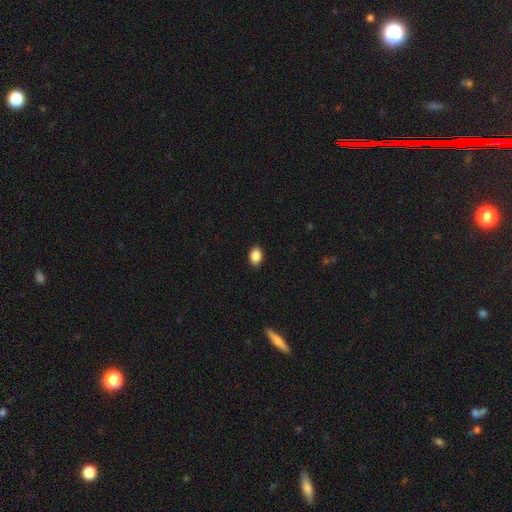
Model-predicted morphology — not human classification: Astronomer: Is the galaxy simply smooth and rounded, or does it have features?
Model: smooth — 89%.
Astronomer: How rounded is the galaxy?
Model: in between — 83%.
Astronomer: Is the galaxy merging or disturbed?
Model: none — 90%.